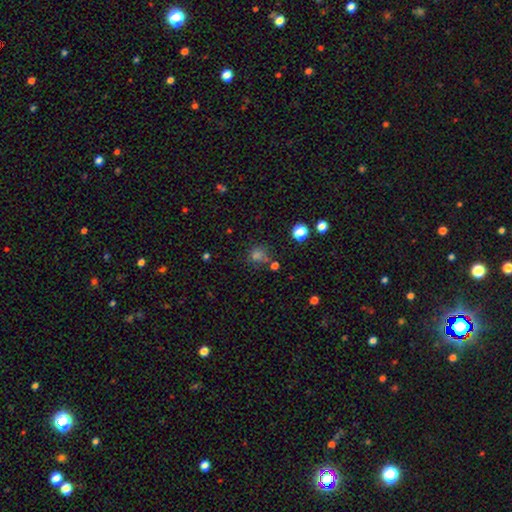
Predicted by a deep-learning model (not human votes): This is likely a smooth galaxy (64%). How rounded: clearly round (86%). Merging: likely none (71%).